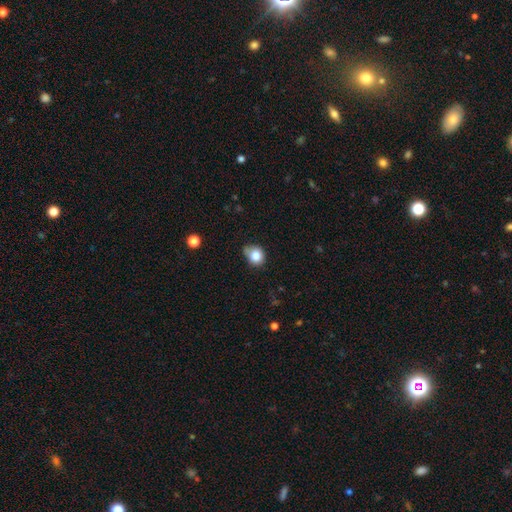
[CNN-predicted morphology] Smooth or featured: smooth — 81% (star or artifact — 11%)
How rounded: round — 68% (in between — 31%)
Merging: none — 58% (minor disturbance — 32%)